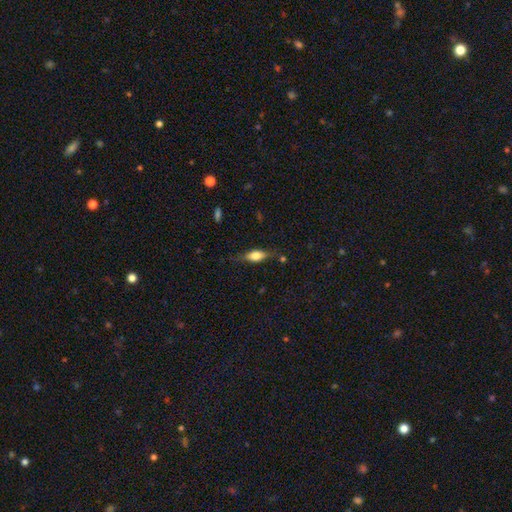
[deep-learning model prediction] Smooth or featured? smooth (57%)
How rounded? in between (69%)
Merging? none (70%)